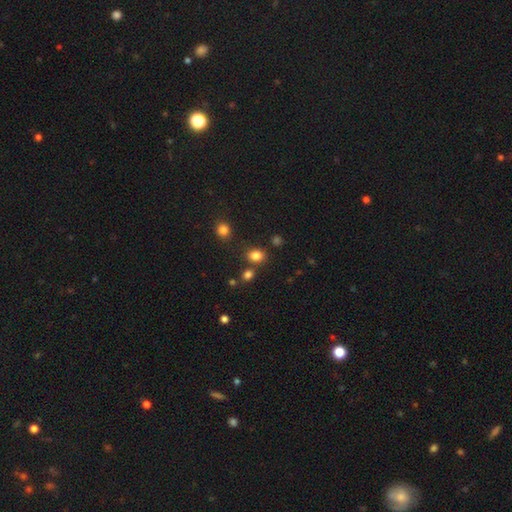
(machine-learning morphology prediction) Smooth or featured?
  - smooth: 82% *
  - star or artifact: 13%
  - featured or disk: 5%
How rounded?
  - in between: 55% *
  - round: 44%
  - cigar-shaped: 1%
Merging?
  - none: 76% *
  - minor disturbance: 11%
  - merger: 10%
  - major disturbance: 4%